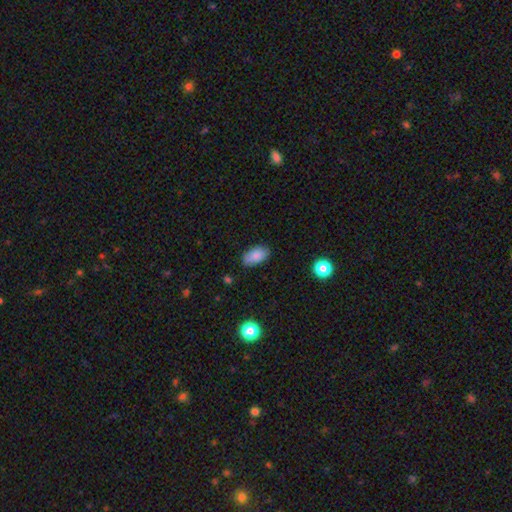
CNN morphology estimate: This appears to be a smooth galaxy with no disk features (85%) that is in between round and cigar-shaped (93%). Merging: none (81%).